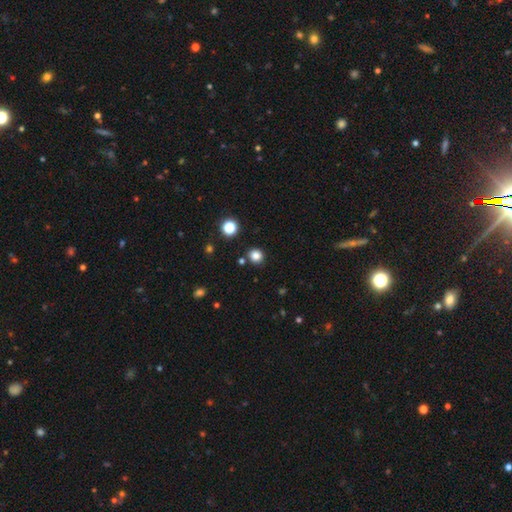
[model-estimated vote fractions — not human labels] A smooth galaxy with no disk features (83%) that is round (89%).

Vote fractions:
- Smooth or featured? smooth: 83% / star or artifact: 13% / featured or disk: 4%
- How rounded? round: 89% / in between: 10% / cigar-shaped: 1%
- Merging? none: 87% / minor disturbance: 7% / merger: 4% / major disturbance: 2%